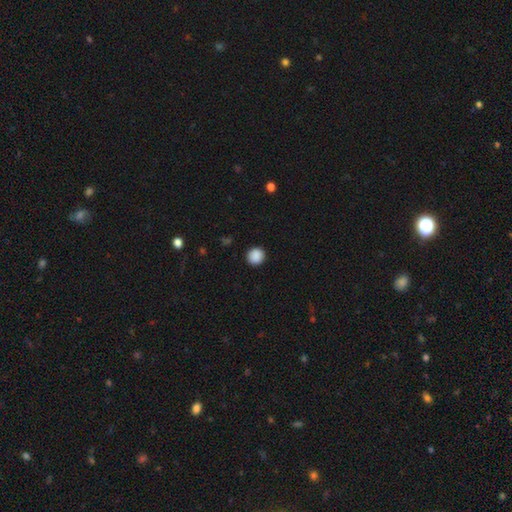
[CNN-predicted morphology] The model was most divided on "smooth or featured": smooth: 89%, star or artifact: 9%, featured or disk: 2%. More confident: how rounded — round (93%); merging — none (92%).